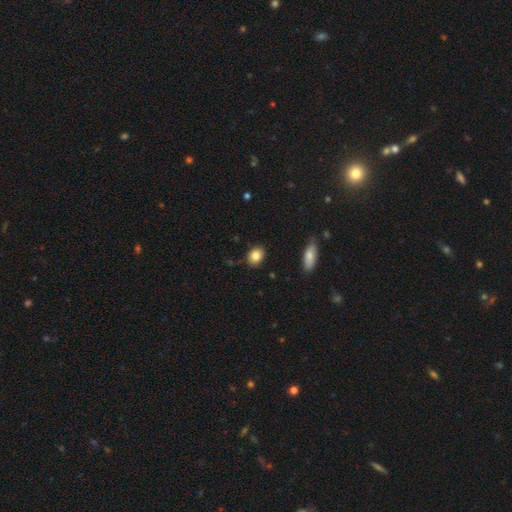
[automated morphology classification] Smooth or featured?
  - smooth: 84% *
  - star or artifact: 8%
  - featured or disk: 8%
How rounded?
  - in between: 61% *
  - round: 37%
  - cigar-shaped: 2%
Merging?
  - none: 85% *
  - minor disturbance: 11%
  - major disturbance: 2%
  - merger: 2%